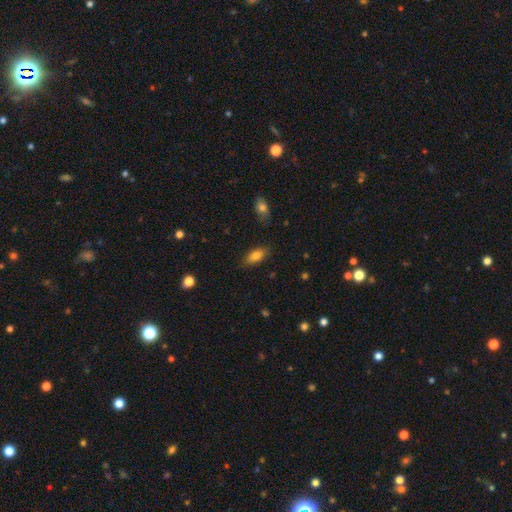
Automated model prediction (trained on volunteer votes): Smooth or featured? smooth (82%)
How rounded? in between (88%)
Merging? none (82%)